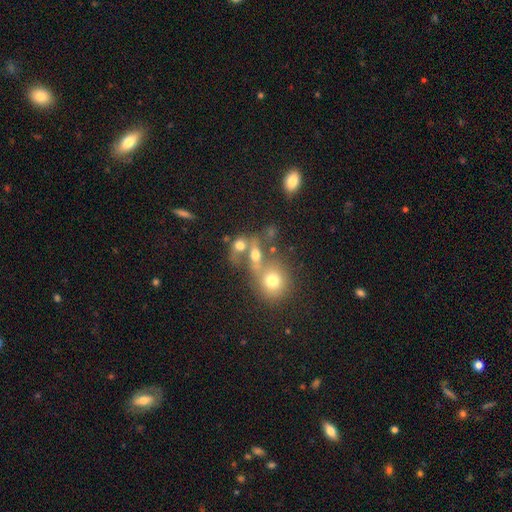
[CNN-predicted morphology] This is possibly a smooth galaxy (54%). How rounded: possibly round (59%). Merging: possibly merger (52%).